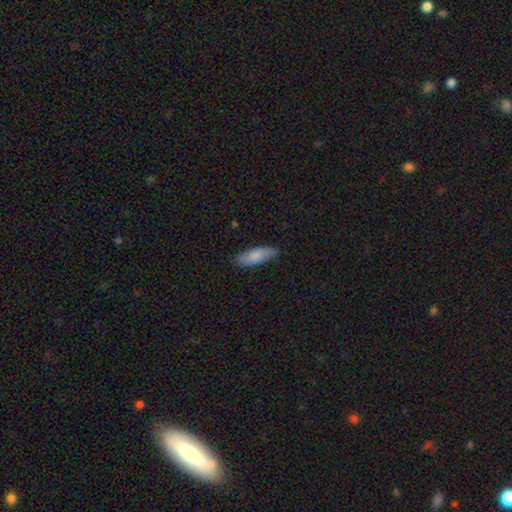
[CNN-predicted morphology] This is likely a smooth galaxy (79%). How rounded: possibly in between (55%). Merging: clearly none (83%).